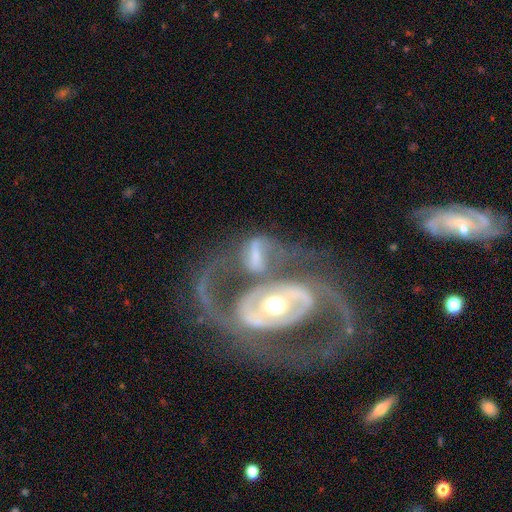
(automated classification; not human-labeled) featured or disk 73%, smooth 19%, star or artifact 7%. Down the decision tree: edge-on disk — no (93%); bar — no (37%, tied with strong); spiral arms — yes (72%); bulge size — moderate (63%); merging — merger (54%).